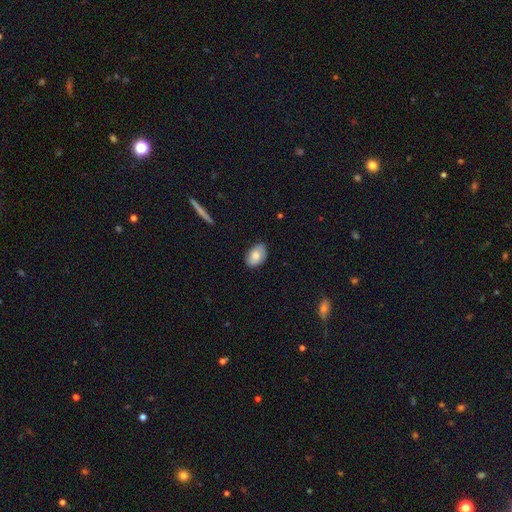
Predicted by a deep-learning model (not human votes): Smooth or featured? Predicted: smooth (p=0.82). How rounded? Predicted: in between (p=0.90). Merging? Predicted: none (p=0.84).